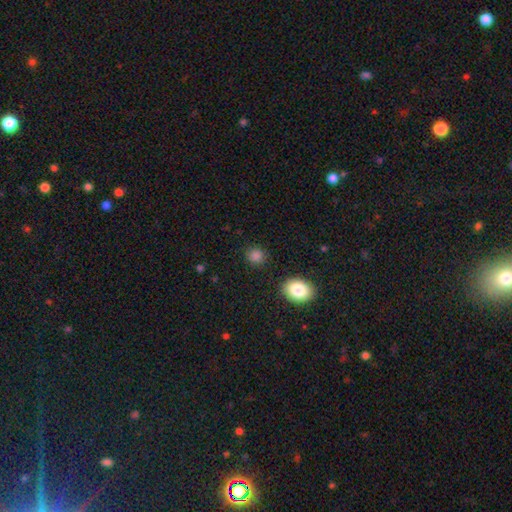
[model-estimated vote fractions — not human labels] This is clearly a smooth galaxy (85%). How rounded: likely round (77%). Merging: clearly none (86%).